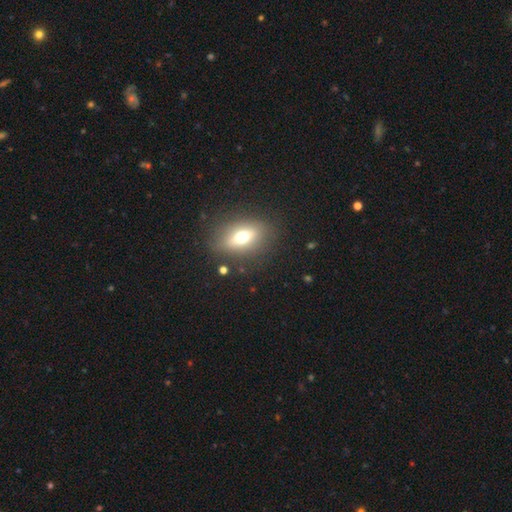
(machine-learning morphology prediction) Smooth or featured?
  - smooth: 57% *
  - star or artifact: 23%
  - featured or disk: 20%
How rounded?
  - in between: 72% *
  - round: 22%
  - cigar-shaped: 6%
Merging?
  - none: 88% *
  - minor disturbance: 7%
  - major disturbance: 3%
  - merger: 2%